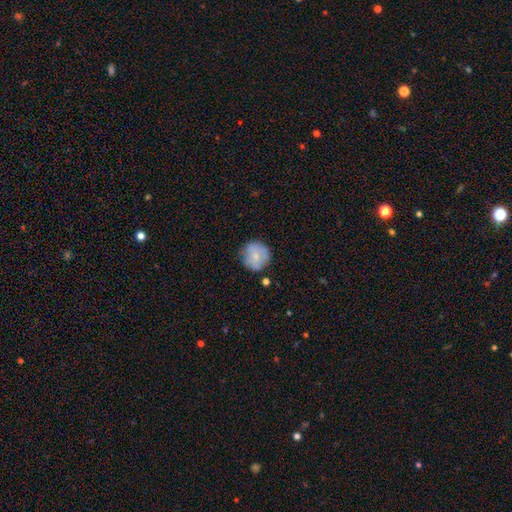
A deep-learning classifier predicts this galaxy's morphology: This is likely a smooth galaxy (71%). How rounded: clearly round (93%). Merging: likely none (75%).